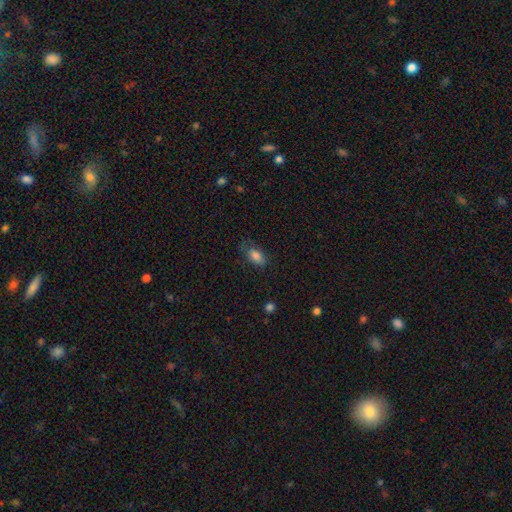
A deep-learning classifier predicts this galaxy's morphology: Smooth or featured? smooth (84%)
How rounded? in between (89%)
Merging? none (69%)